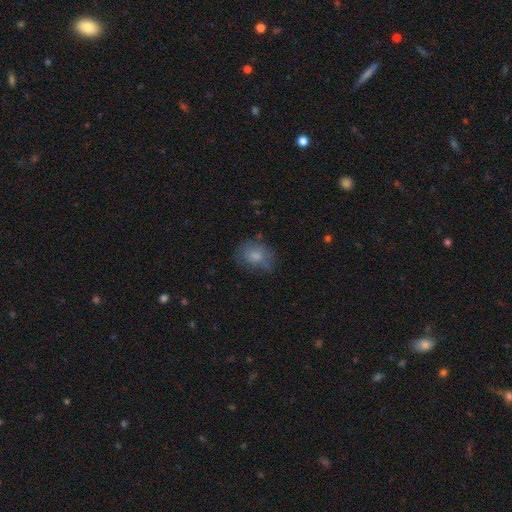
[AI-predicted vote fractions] Smooth or featured? Predicted: smooth (p=0.72). How rounded? Predicted: in between (p=0.61). Merging? Predicted: none (p=0.59).